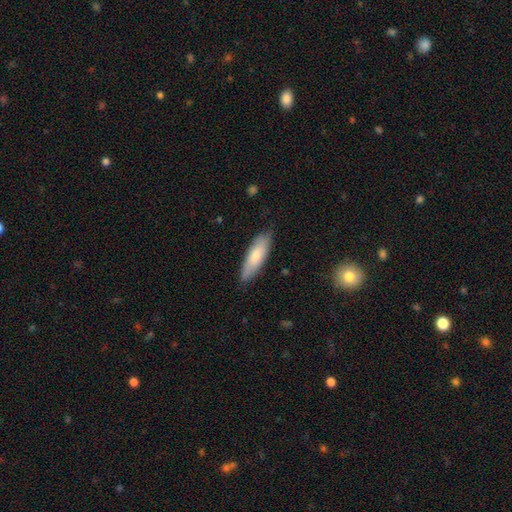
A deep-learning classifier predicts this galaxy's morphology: Smooth or featured: smooth — 74% (featured or disk — 20%)
How rounded: in between — 51% (cigar-shaped — 47%)
Merging: none — 79% (minor disturbance — 17%)